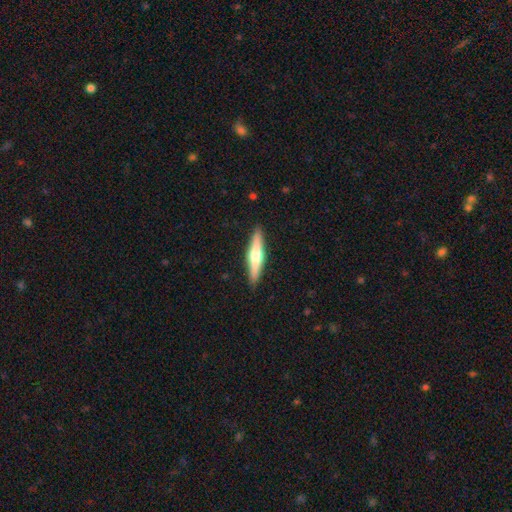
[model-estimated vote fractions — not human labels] Overall: featured or disk (54%; smooth 41%). Edge-on disk: yes (96%). Edge-on bulge: rounded (90%). Merging: none (91%).